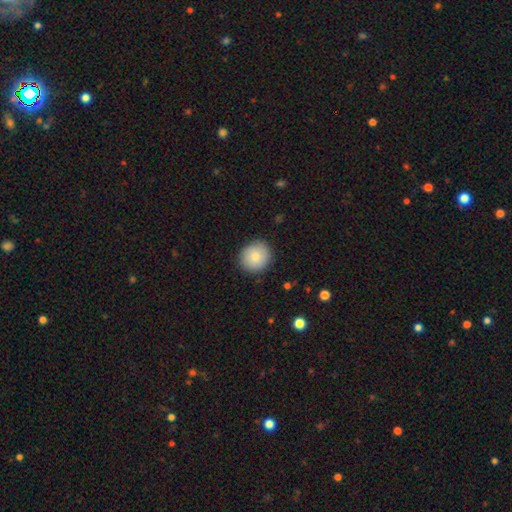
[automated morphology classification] smooth_or_featured: smooth (p=0.82) [alt: featured or disk p=0.11]
how_rounded: round (p=0.91) [alt: in between p=0.08]
merging: none (p=0.89) [alt: minor disturbance p=0.08]